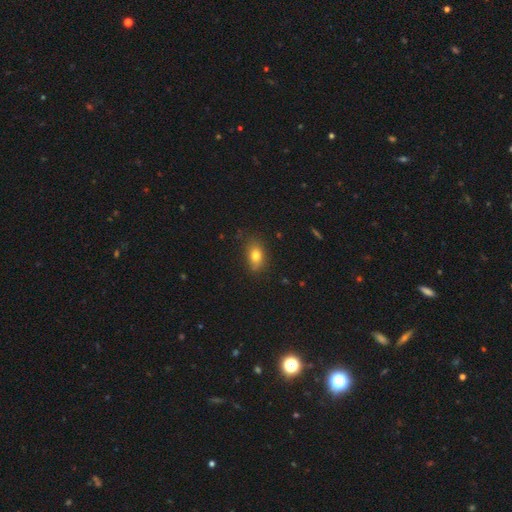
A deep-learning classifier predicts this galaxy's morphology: This appears to be a smooth galaxy with no disk features (79%) that is in between round and cigar-shaped (80%). Merging: none (75%).